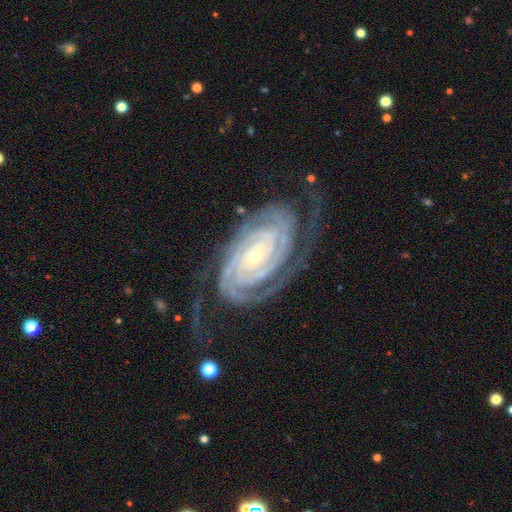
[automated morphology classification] Overall: featured or disk (92%). Edge-on disk: no (96%). Bar: no (54%; weak 26%). Spiral arms: yes (99%). Spiral arm count: 2 (40%; 3 20%). Spiral winding: tight (84%). Bulge size: small (79%). Merging: none (72%).